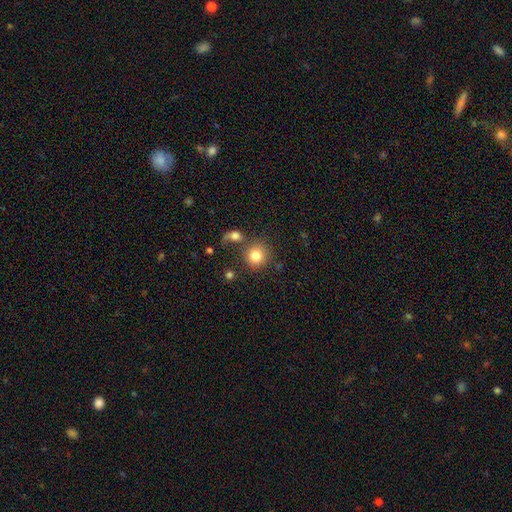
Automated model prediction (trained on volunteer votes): Morphology: type=smooth (82%); roundness=round (89%); merging=none (70%).